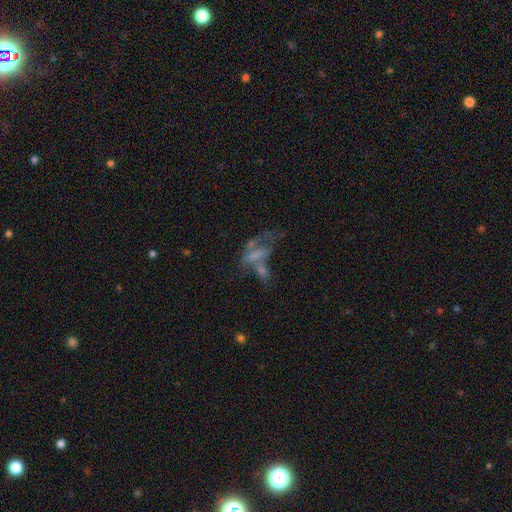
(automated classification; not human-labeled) Smooth or featured?
  - featured or disk: 43% *
  - smooth: 42%
  - star or artifact: 16%
Merging?
  - merger: 43% *
  - major disturbance: 29%
  - none: 16%
  - minor disturbance: 11%